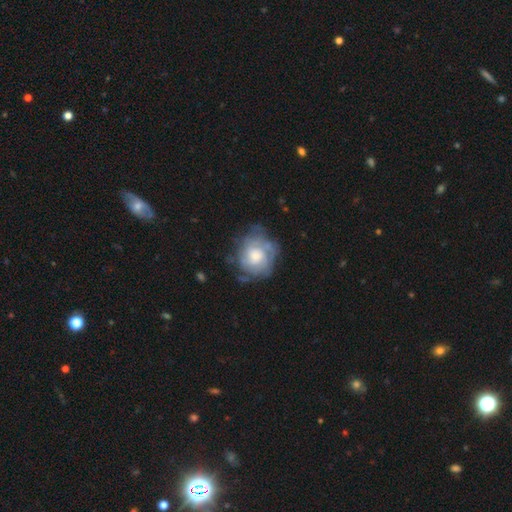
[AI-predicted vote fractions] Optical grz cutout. It shows a featured or disk galaxy (64%) with no bar (76%), spiral arms (74%) and a moderate central bulge (46%). Merging: none (59%).